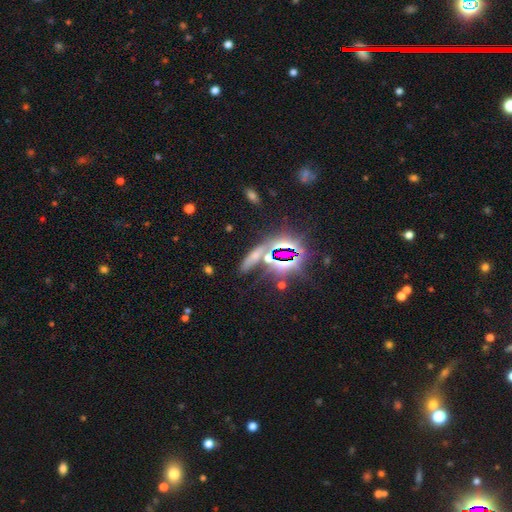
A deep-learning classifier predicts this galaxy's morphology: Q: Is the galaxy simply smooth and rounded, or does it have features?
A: smooth — 43%.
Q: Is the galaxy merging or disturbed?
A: none — 63%.